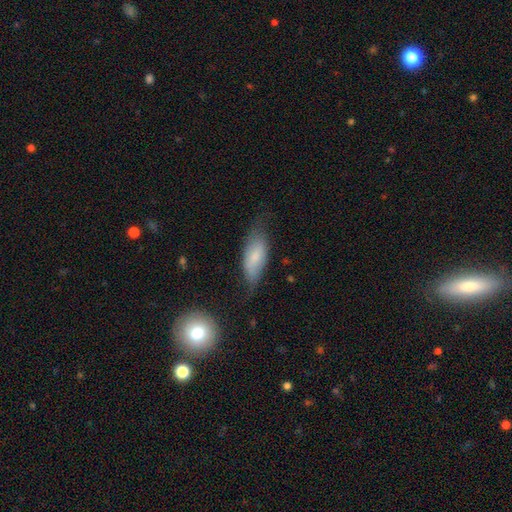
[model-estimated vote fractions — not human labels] Q: Smooth or featured?
A: smooth (65%); runner-up: featured or disk (28%)
Q: How rounded?
A: in between (74%); runner-up: cigar-shaped (24%)
Q: Merging?
A: none (54%); runner-up: minor disturbance (32%)